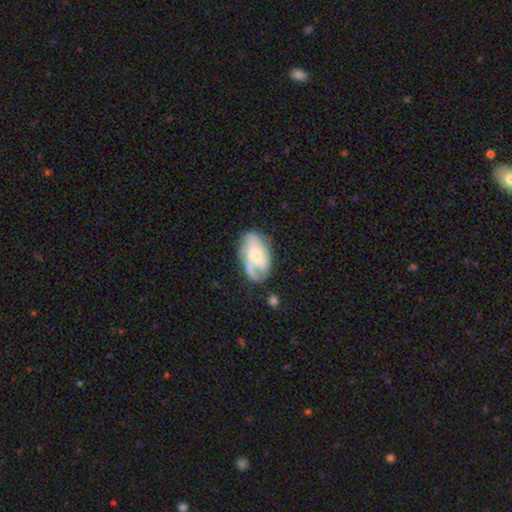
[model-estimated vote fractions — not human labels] smooth_or_featured: featured or disk (p=0.70) [alt: smooth p=0.24]
disk_edge_on: no (p=0.96) [alt: yes p=0.04]
bar: no (p=0.61) [alt: weak p=0.31]
has_spiral_arms: yes (p=0.86) [alt: no p=0.14]
spiral_winding: medium (p=0.43) [alt: tight p=0.35]
spiral_arm_count: 2 (p=0.32) [alt: can't tell p=0.28]
bulge_size: moderate (p=0.45) [alt: small p=0.42]
merging: none (p=0.59) [alt: minor disturbance p=0.24]